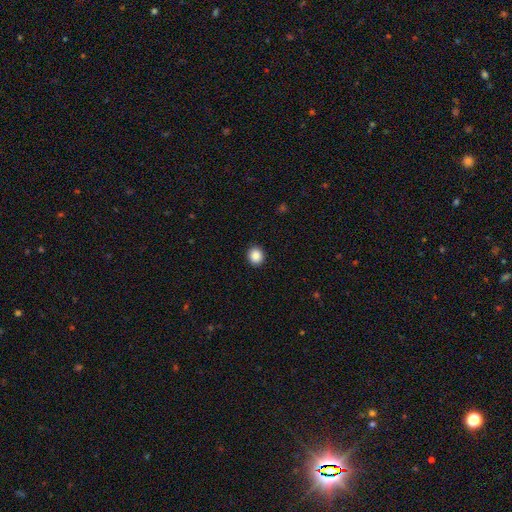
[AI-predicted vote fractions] This appears to be a smooth galaxy with no disk features (88%) that is round (80%). Merging: none (92%).